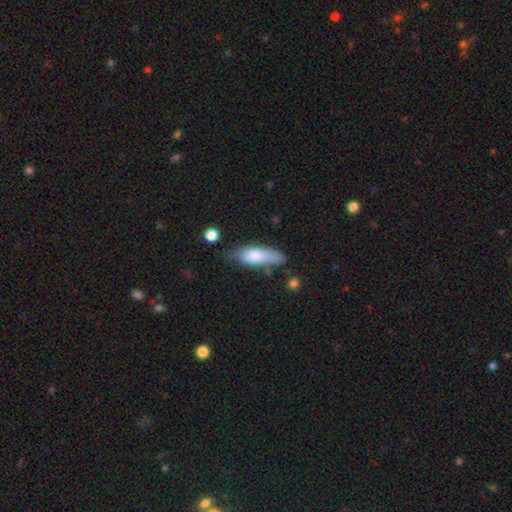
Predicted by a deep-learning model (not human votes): Overall: smooth (77%). How rounded: in between (56%; cigar-shaped 42%). Merging: none (58%; minor disturbance 28%).